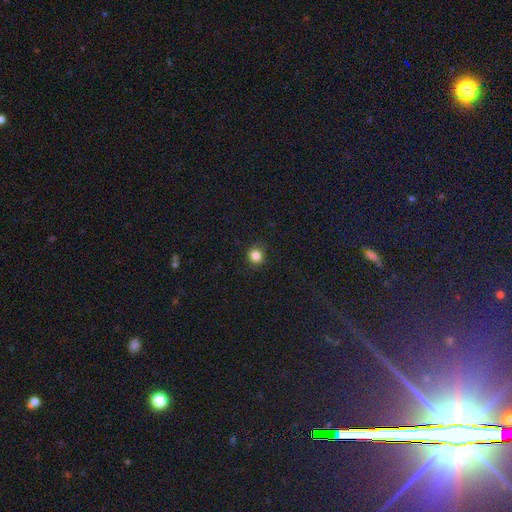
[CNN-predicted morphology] A smooth galaxy with no disk features (85%) that is round (91%).

Vote fractions:
- Smooth or featured? smooth: 85% / star or artifact: 11% / featured or disk: 4%
- How rounded? round: 91% / in between: 8% / cigar-shaped: 1%
- Merging? none: 90% / minor disturbance: 7% / major disturbance: 2% / merger: 1%